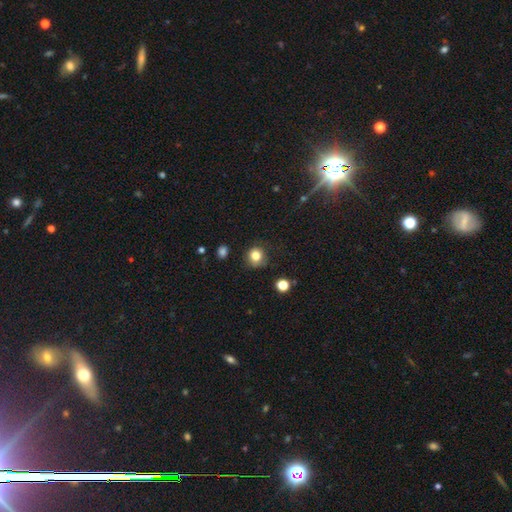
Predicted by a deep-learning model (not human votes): A smooth galaxy with no disk features (81%) that is round (86%).

Vote fractions:
- Smooth or featured? smooth: 81% / star or artifact: 12% / featured or disk: 7%
- How rounded? round: 86% / in between: 13% / cigar-shaped: 1%
- Merging? none: 77% / minor disturbance: 17% / major disturbance: 5% / merger: 2%